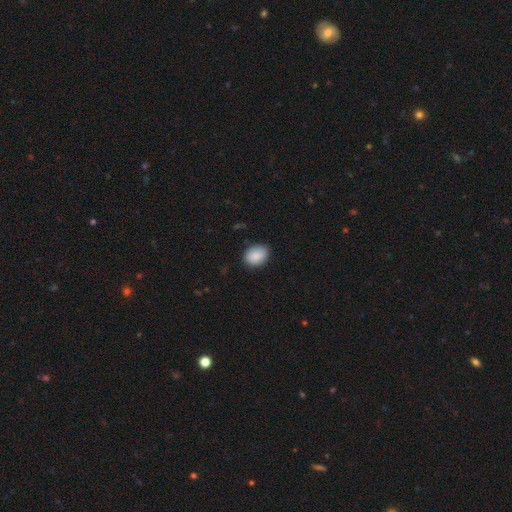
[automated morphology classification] Smooth or featured? smooth (89%)
How rounded? in between (65%)
Merging? none (82%)